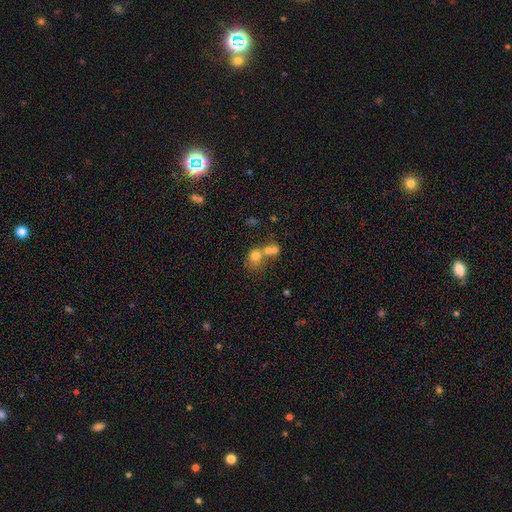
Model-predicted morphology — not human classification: A smooth galaxy with no disk features (68%) that is round (67%). Merging: merger (60%).